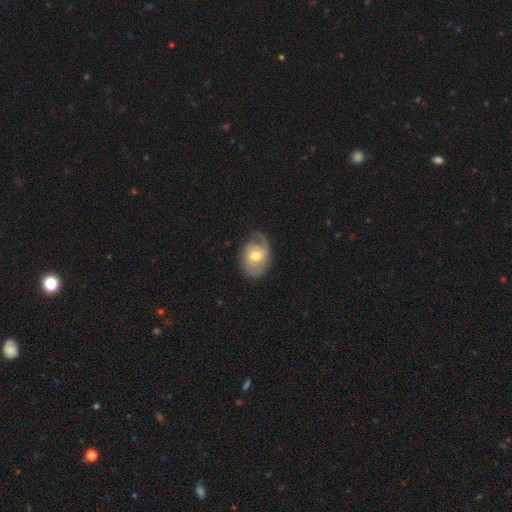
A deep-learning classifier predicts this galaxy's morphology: Q: Smooth or featured?
A: featured or disk (59%); runner-up: smooth (35%)
Q: Edge-on disk?
A: no (95%); runner-up: yes (5%)
Q: Bar?
A: no (48%); runner-up: weak (42%)
Q: Spiral arms?
A: yes (78%); runner-up: no (22%)
Q: Bulge size?
A: moderate (73%); runner-up: small (18%)
Q: Merging?
A: none (56%); runner-up: minor disturbance (29%)